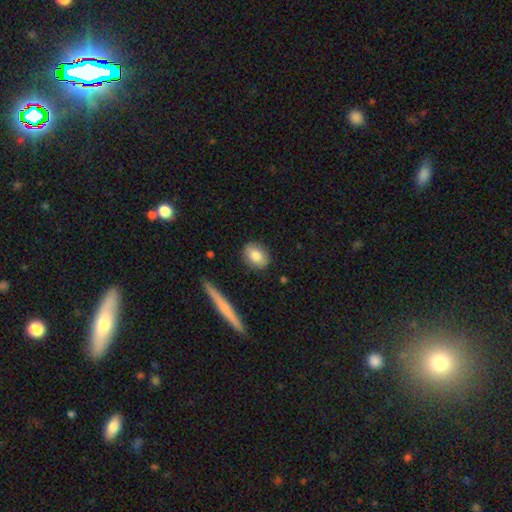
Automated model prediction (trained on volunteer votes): smooth_or_featured: smooth (p=0.81) [alt: featured or disk p=0.12]
how_rounded: in between (p=0.61) [alt: round p=0.36]
merging: none (p=0.88) [alt: minor disturbance p=0.09]